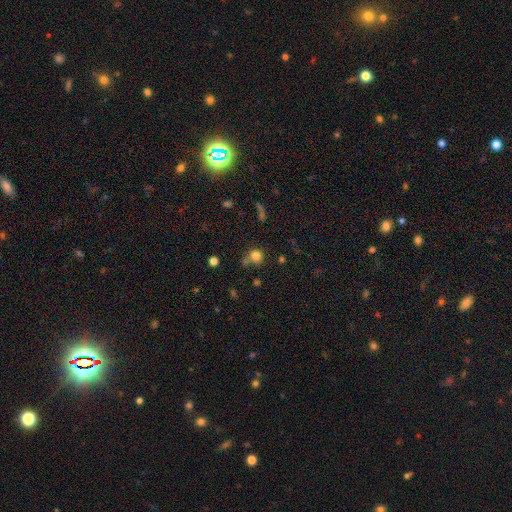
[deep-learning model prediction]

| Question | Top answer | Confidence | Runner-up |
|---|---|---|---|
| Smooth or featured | smooth | 79% | star or artifact (15%) |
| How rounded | round | 83% | in between (16%) |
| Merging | none | 60% | merger (19%) |